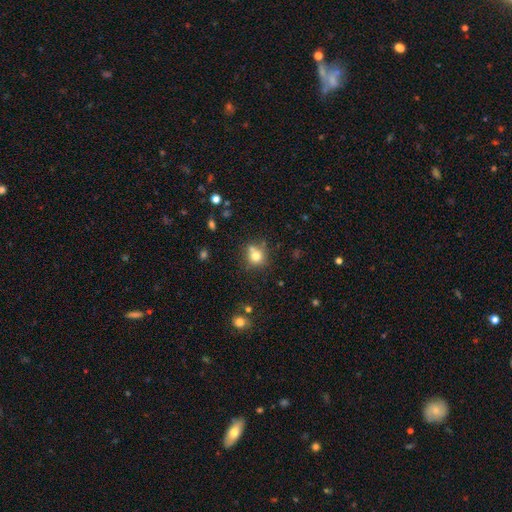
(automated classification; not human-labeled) Q: Smooth or featured?
A: smooth (75%); runner-up: star or artifact (13%)
Q: How rounded?
A: round (82%); runner-up: in between (17%)
Q: Merging?
A: none (62%); runner-up: merger (18%)